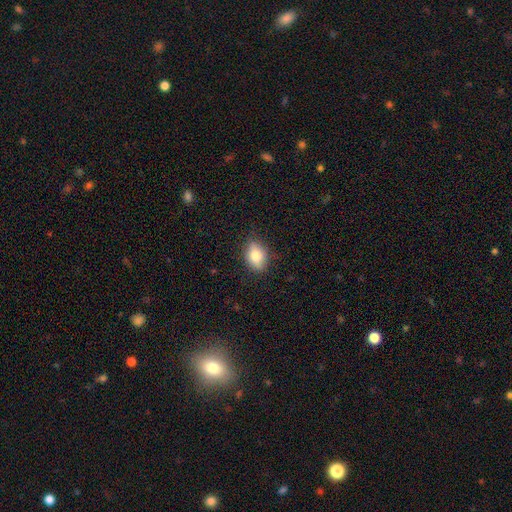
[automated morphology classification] Smooth or featured: smooth — 75% (featured or disk — 17%)
How rounded: in between — 76% (round — 21%)
Merging: none — 81% (minor disturbance — 15%)